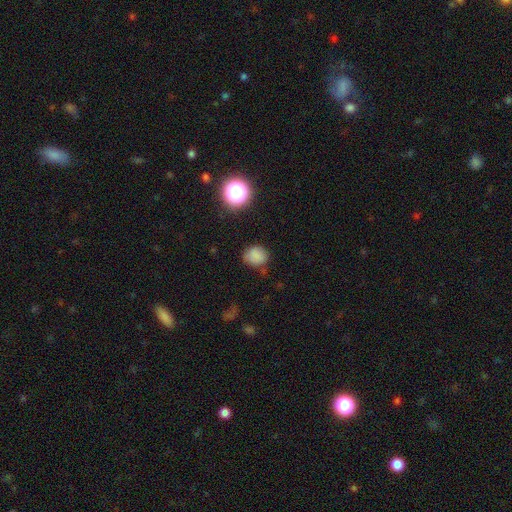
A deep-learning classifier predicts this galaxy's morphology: smooth-or-featured: smooth: 80% | star or artifact: 15% | featured or disk: 6%
  how-rounded: round: 68% | in between: 31% | cigar-shaped: 1%
  merging: none: 74% | minor disturbance: 19% | major disturbance: 5% | merger: 3%